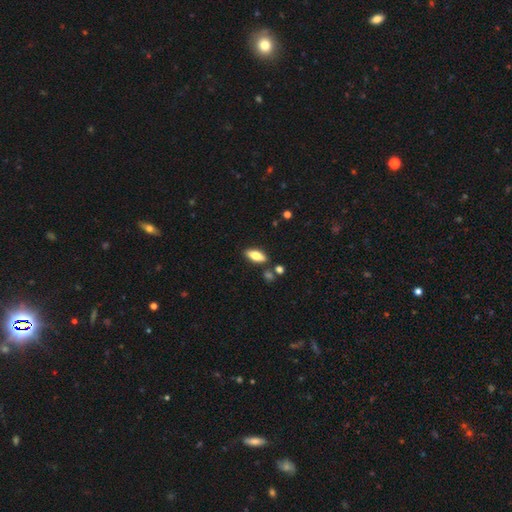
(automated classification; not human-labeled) The model was most divided on "smooth or featured": smooth: 69%, featured or disk: 24%, star or artifact: 7%. More confident: merging — none (81%); how rounded — in between (78%).